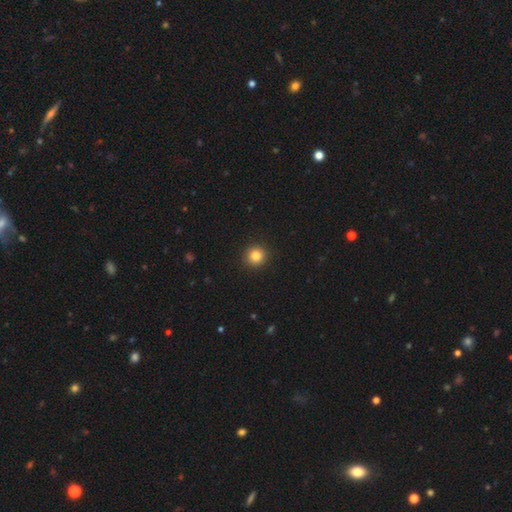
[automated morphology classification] A smooth galaxy with no disk features (83%) that is round (93%).

Vote fractions:
- Smooth or featured? smooth: 83% / star or artifact: 11% / featured or disk: 6%
- How rounded? round: 93% / in between: 6% / cigar-shaped: 1%
- Merging? none: 92% / minor disturbance: 5% / major disturbance: 2% / merger: 1%